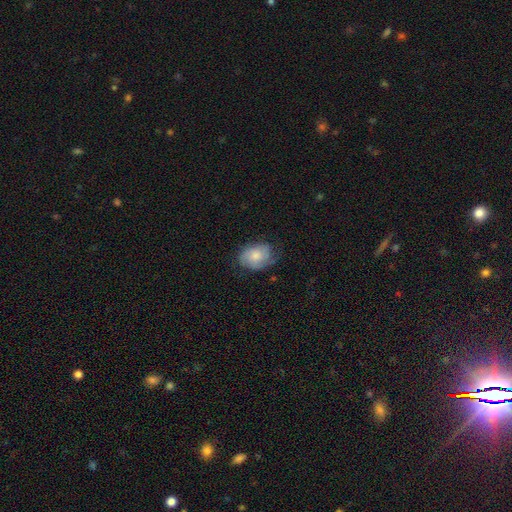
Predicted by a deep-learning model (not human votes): Q: Smooth or featured?
A: smooth (56%); runner-up: featured or disk (37%)
Q: How rounded?
A: in between (67%); runner-up: round (32%)
Q: Merging?
A: none (58%); runner-up: minor disturbance (30%)